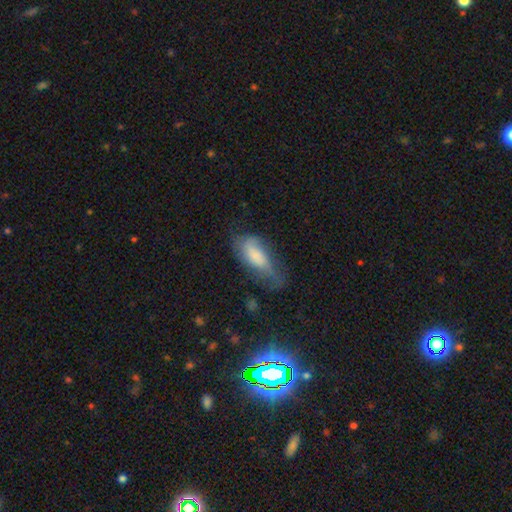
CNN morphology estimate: A smooth galaxy with no disk features (61%) that is in between round and cigar-shaped (79%). Merging: none (34%).